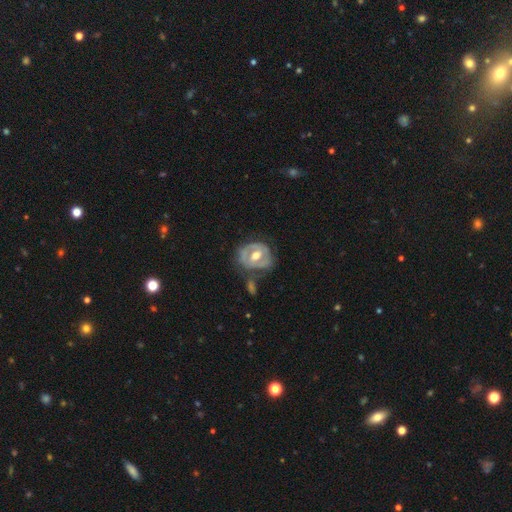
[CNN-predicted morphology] A featured or disk galaxy (70%) with a weak bar (41%), spiral arms (50%, tied with no) and a moderate central bulge (76%).

Vote fractions:
- Smooth or featured? featured or disk: 70% / smooth: 25% / star or artifact: 5%
- Edge-on disk? no: 96% / yes: 4%
- Bar? weak: 41% / no: 37% / strong: 22%
- Spiral arms? yes: 50% (tied) / no: 50% (tied)
- Bulge size? moderate: 76% / large: 14% / small: 9% / none: 1% / dominant: 1%
- Merging? none: 49% / minor disturbance: 24% / major disturbance: 14% / merger: 13%